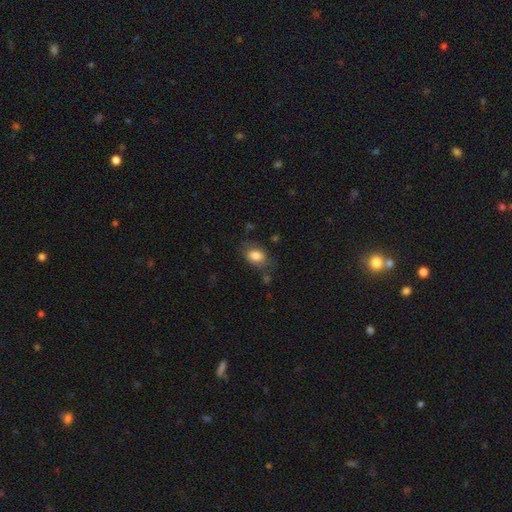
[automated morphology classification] Q: Smooth or featured?
A: smooth (80%); runner-up: featured or disk (12%)
Q: How rounded?
A: in between (83%); runner-up: round (15%)
Q: Merging?
A: none (65%); runner-up: minor disturbance (23%)